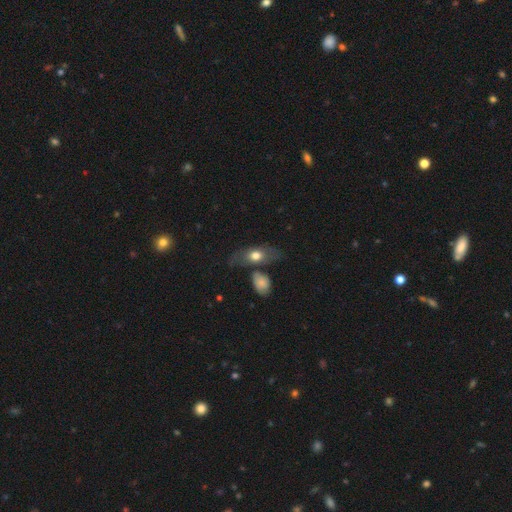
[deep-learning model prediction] Q: Smooth or featured?
A: smooth (60%); runner-up: featured or disk (32%)
Q: How rounded?
A: in between (74%); runner-up: cigar-shaped (14%)
Q: Merging?
A: none (58%); runner-up: minor disturbance (18%)